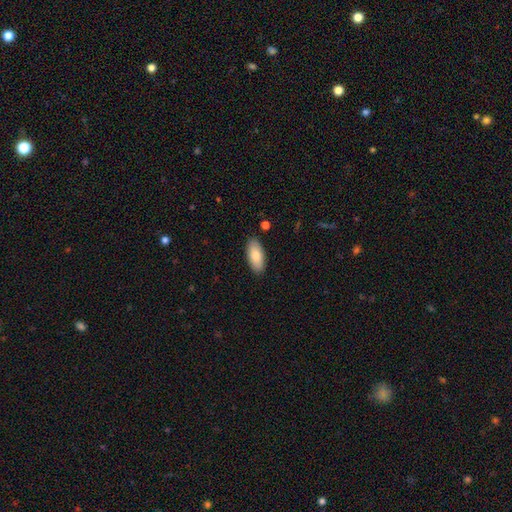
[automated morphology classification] A smooth galaxy with no disk features (81%) that is in between round and cigar-shaped (88%).

Vote fractions:
- Smooth or featured? smooth: 81% / featured or disk: 13% / star or artifact: 6%
- How rounded? in between: 88% / cigar-shaped: 10% / round: 2%
- Merging? none: 88% / minor disturbance: 9% / major disturbance: 2% / merger: 2%